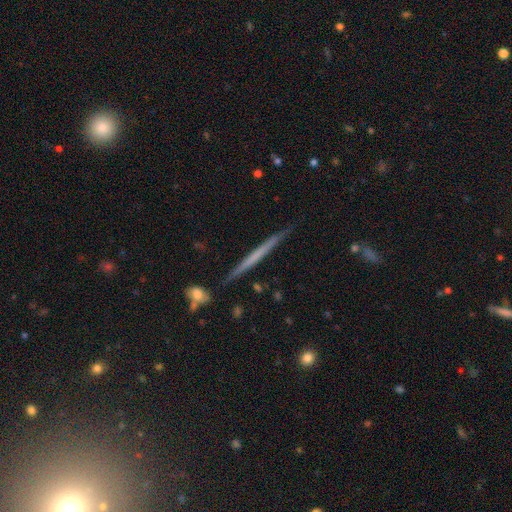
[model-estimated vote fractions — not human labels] Smooth or featured? Predicted: featured or disk (p=0.56). Edge-on disk? Predicted: yes (p=0.97). Edge-on bulge? Predicted: none (p=0.88). Merging? Predicted: none (p=0.87).